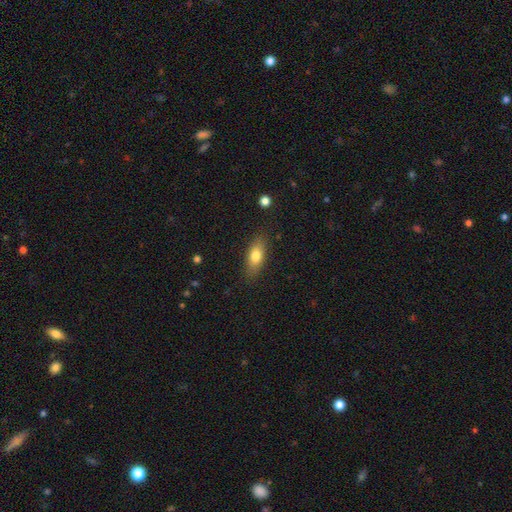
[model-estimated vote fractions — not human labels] A smooth galaxy with no disk features (75%) that is in between round and cigar-shaped (71%).

Vote fractions:
- Smooth or featured? smooth: 75% / featured or disk: 18% / star or artifact: 7%
- How rounded? in between: 71% / cigar-shaped: 25% / round: 4%
- Merging? none: 84% / minor disturbance: 12% / major disturbance: 3% / merger: 1%